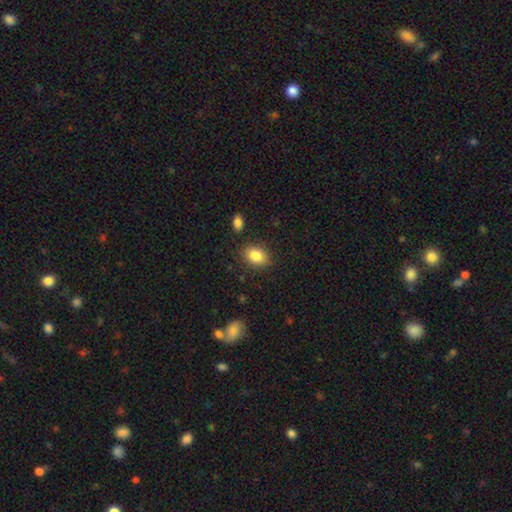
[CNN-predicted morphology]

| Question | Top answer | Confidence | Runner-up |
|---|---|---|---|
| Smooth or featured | smooth | 85% | star or artifact (8%) |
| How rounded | in between | 77% | round (22%) |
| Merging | none | 84% | minor disturbance (10%) |